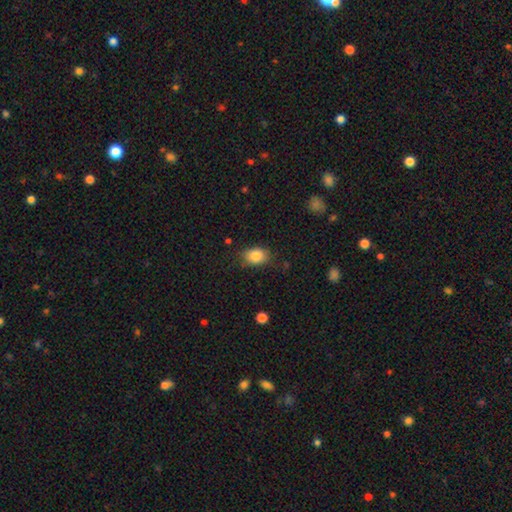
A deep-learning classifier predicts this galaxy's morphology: type=smooth (84%); roundness=in between (73%); merging=none (77%).